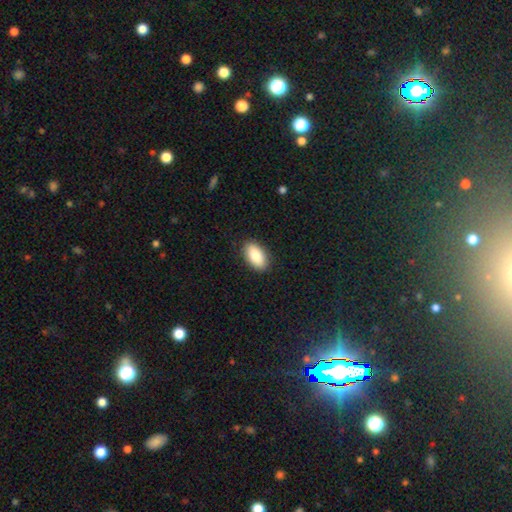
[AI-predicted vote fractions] A smooth galaxy with no disk features (86%) that is in between round and cigar-shaped (94%).

Vote fractions:
- Smooth or featured? smooth: 86% / featured or disk: 7% / star or artifact: 6%
- How rounded? in between: 94% / round: 3% / cigar-shaped: 3%
- Merging? none: 89% / minor disturbance: 8% / major disturbance: 2% / merger: 1%